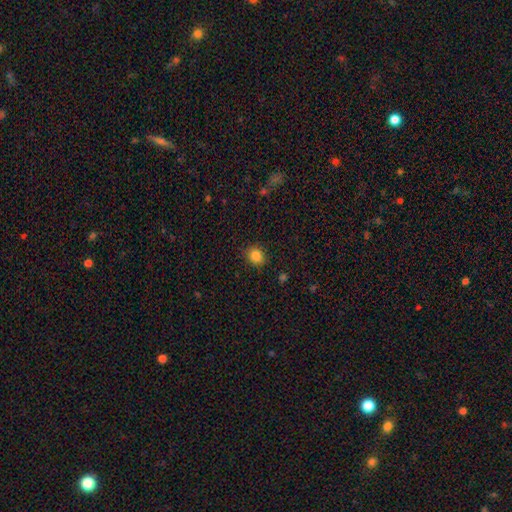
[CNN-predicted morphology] smooth-or-featured: smooth: 84% | star or artifact: 11% | featured or disk: 5%
  how-rounded: round: 71% | in between: 28% | cigar-shaped: 1%
  merging: none: 88% | minor disturbance: 9% | major disturbance: 2% | merger: 1%